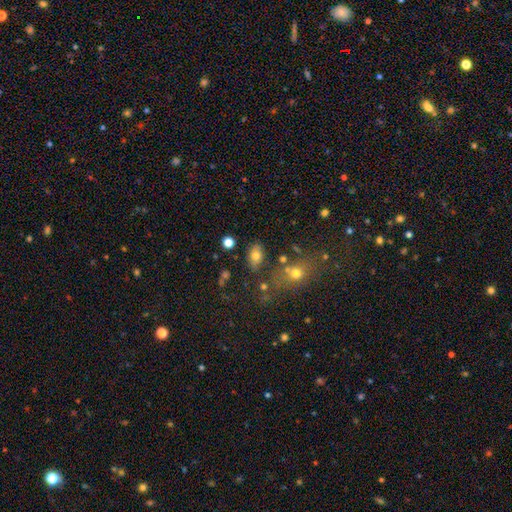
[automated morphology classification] A smooth galaxy with no disk features (76%) that is in between round and cigar-shaped (84%).

Vote fractions:
- Smooth or featured? smooth: 76% / featured or disk: 12% / star or artifact: 12%
- How rounded? in between: 84% / round: 14% / cigar-shaped: 2%
- Merging? none: 74% / minor disturbance: 13% / merger: 7% / major disturbance: 5%